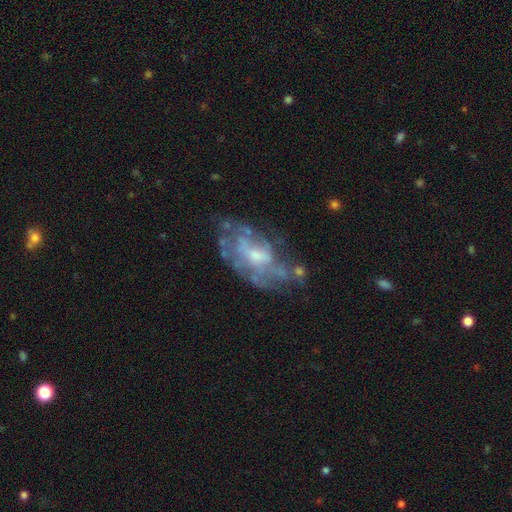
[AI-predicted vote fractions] smooth-or-featured: featured or disk: 73% | smooth: 19% | star or artifact: 8%
  disk-edge-on: no: 95% | yes: 5%
    bar: no: 65% | weak: 30% | strong: 5%
    has-spiral-arms: no: 52% | yes: 48%
    bulge-size: small: 48% | moderate: 40% | none: 8% | large: 3% | dominant: 1%
  merging: none: 48% | minor disturbance: 25% | major disturbance: 20% | merger: 6%